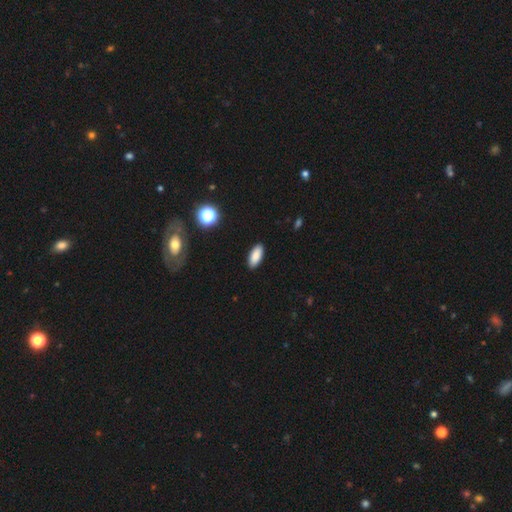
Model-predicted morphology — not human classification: This is clearly a smooth galaxy (86%). How rounded: clearly in between (86%). Merging: clearly none (90%).